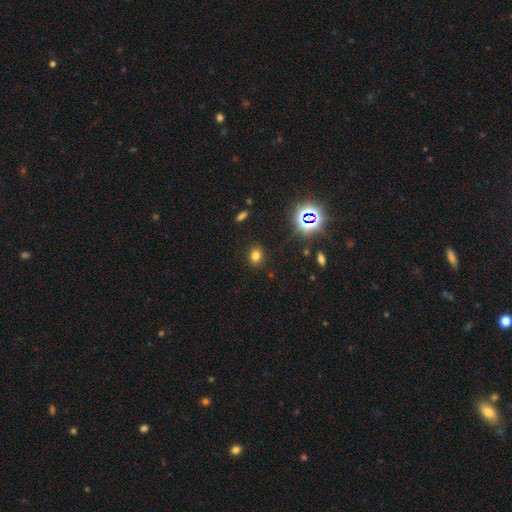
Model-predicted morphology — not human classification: Smooth or featured? Predicted: smooth (p=0.73). How rounded? Predicted: round (p=0.57). Merging? Predicted: none (p=0.87).